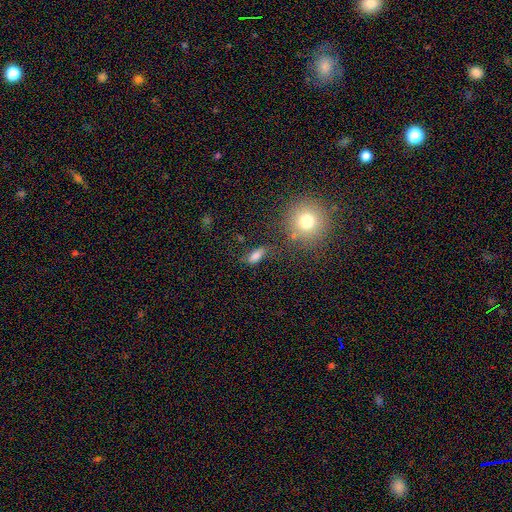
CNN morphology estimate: type=smooth (74%); roundness=in between (72%); merging=none (63%).